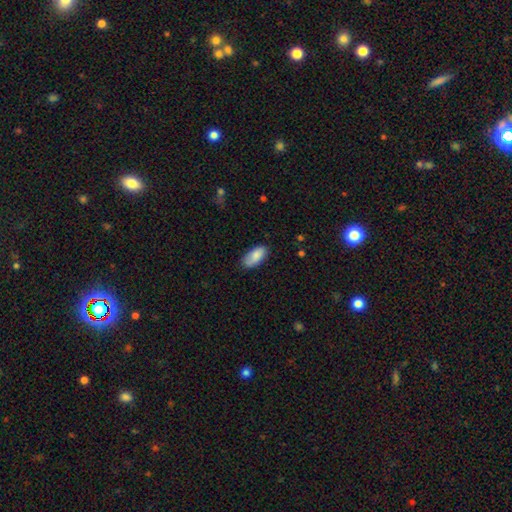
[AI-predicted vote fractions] smooth 85%, featured or disk 9%, star or artifact 6%. Down the decision tree: how rounded — in between (92%); merging — none (77%).